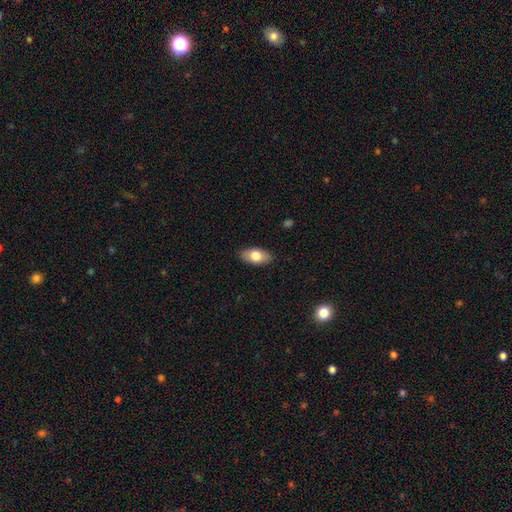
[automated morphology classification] Smooth or featured? Predicted: smooth (p=0.75). How rounded? Predicted: in between (p=0.92). Merging? Predicted: none (p=0.87).